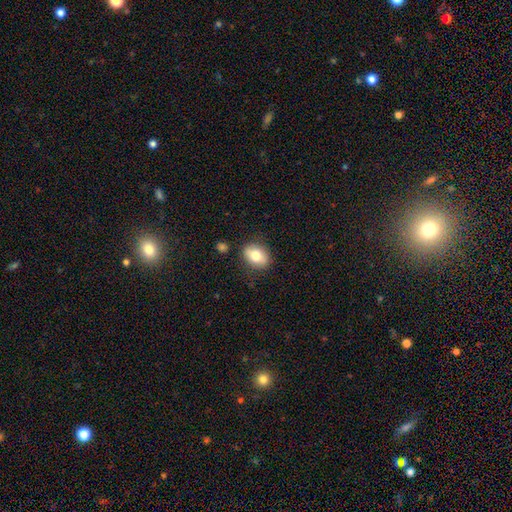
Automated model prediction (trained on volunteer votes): smooth 75%, featured or disk 17%, star or artifact 8%. Down the decision tree: how rounded — in between (68%); merging — none (83%).